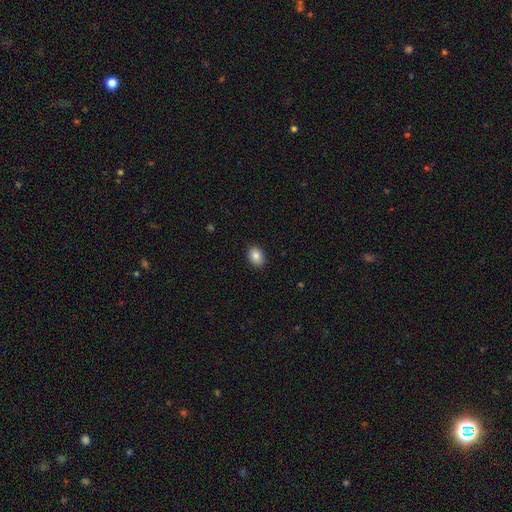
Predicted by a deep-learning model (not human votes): This is clearly a smooth galaxy (86%). How rounded: likely in between (73%). Merging: clearly none (89%).